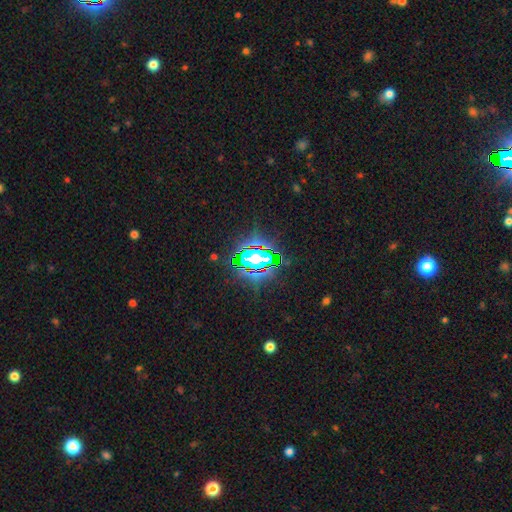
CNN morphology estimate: Smooth or featured? star or artifact (83%)